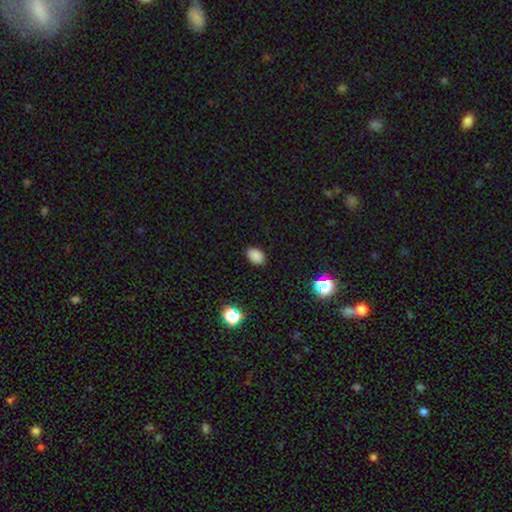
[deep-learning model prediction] A smooth galaxy with no disk features (85%) that is in between round and cigar-shaped (84%).

Vote fractions:
- Smooth or featured? smooth: 85% / star or artifact: 12% / featured or disk: 3%
- How rounded? in between: 84% / round: 15% / cigar-shaped: 1%
- Merging? none: 88% / minor disturbance: 9% / major disturbance: 2% / merger: 1%